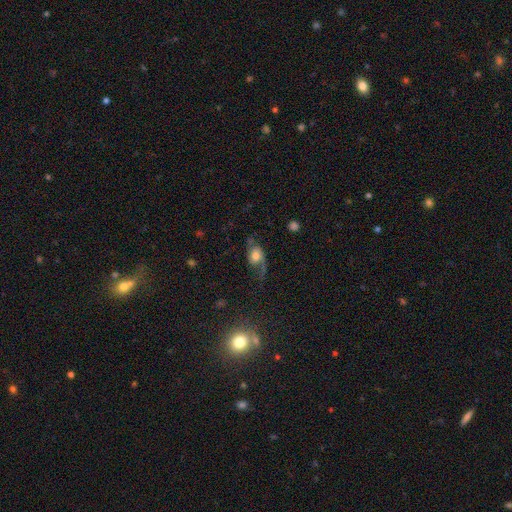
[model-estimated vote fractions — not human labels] This is possibly a featured or disk galaxy (60%). It is clearly not viewed edge-on (93%). Bar: likely no (69%). Spiral arm pattern: clearly yes (88%). Central bulge: possibly moderate (53%). Merging: possibly none (46%).